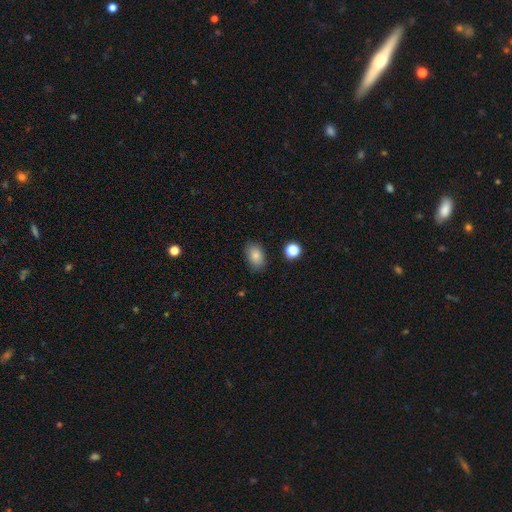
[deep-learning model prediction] Smooth or featured?
  - smooth: 83% *
  - star or artifact: 9%
  - featured or disk: 8%
How rounded?
  - in between: 85% *
  - round: 14%
  - cigar-shaped: 1%
Merging?
  - none: 82% *
  - minor disturbance: 13%
  - major disturbance: 3%
  - merger: 2%